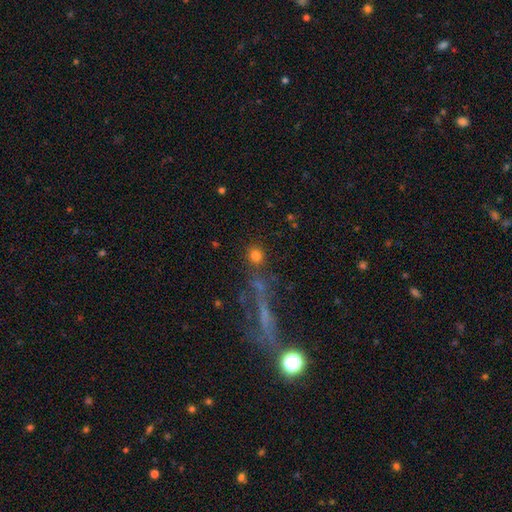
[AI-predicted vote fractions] A smooth galaxy with no disk features (77%) that is round (90%). Merging: none (76%).